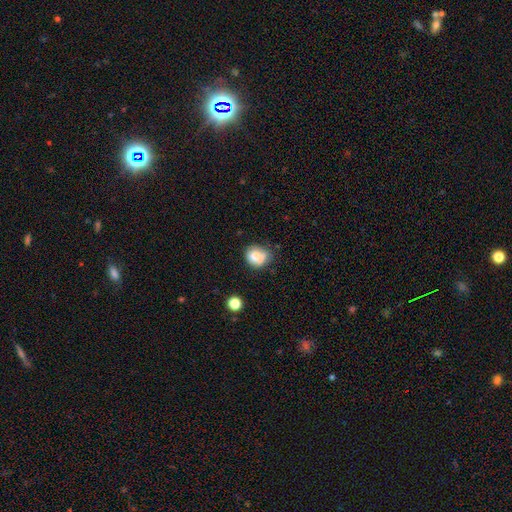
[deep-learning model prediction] Smooth or featured?
  - smooth: 72% *
  - featured or disk: 18%
  - star or artifact: 10%
How rounded?
  - round: 73% *
  - in between: 26%
  - cigar-shaped: 1%
Merging?
  - none: 53% *
  - minor disturbance: 27%
  - merger: 11%
  - major disturbance: 9%